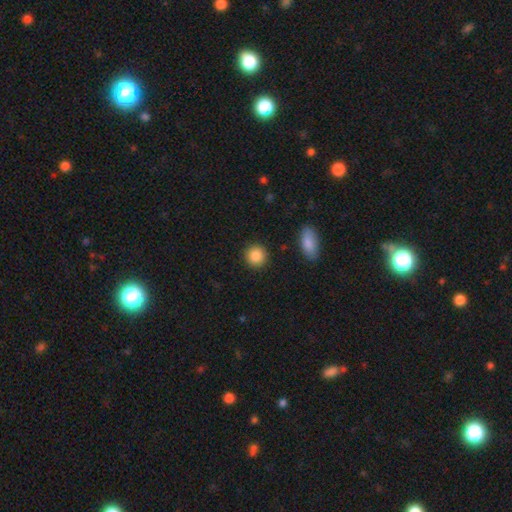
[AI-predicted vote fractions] smooth 88%, star or artifact 8%, featured or disk 5%. Down the decision tree: how rounded — round (90%); merging — none (90%).